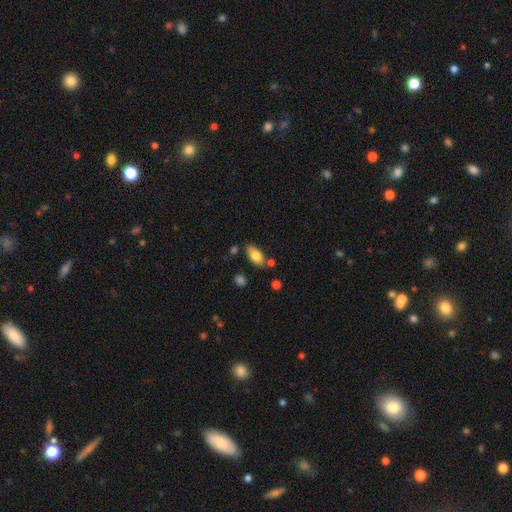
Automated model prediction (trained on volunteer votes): The model was most divided on "merging": none: 76%, minor disturbance: 14%, merger: 7%, major disturbance: 3%. More confident: how rounded — in between (92%); smooth or featured — smooth (78%).